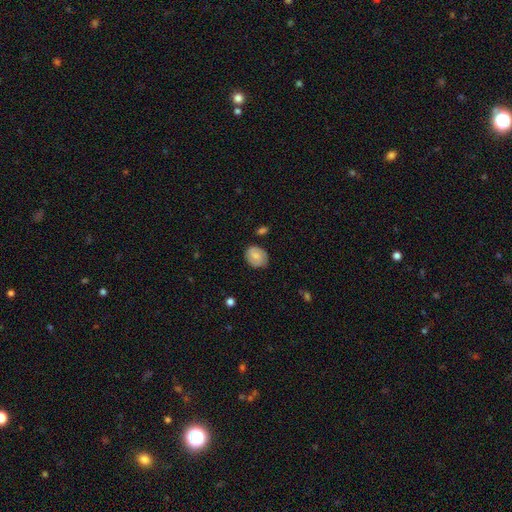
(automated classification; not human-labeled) Smooth or featured? smooth (67%)
How rounded? in between (52%)
Merging? none (77%)